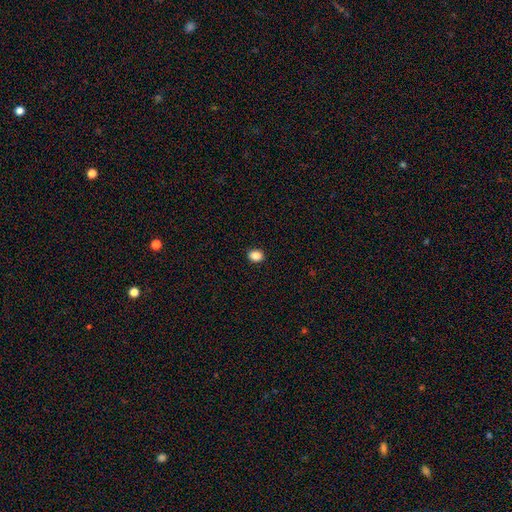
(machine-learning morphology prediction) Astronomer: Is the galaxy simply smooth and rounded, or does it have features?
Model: smooth — 87%.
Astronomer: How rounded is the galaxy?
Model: in between — 53% (runner-up: round, 46%).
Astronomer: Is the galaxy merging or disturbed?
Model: none — 91%.